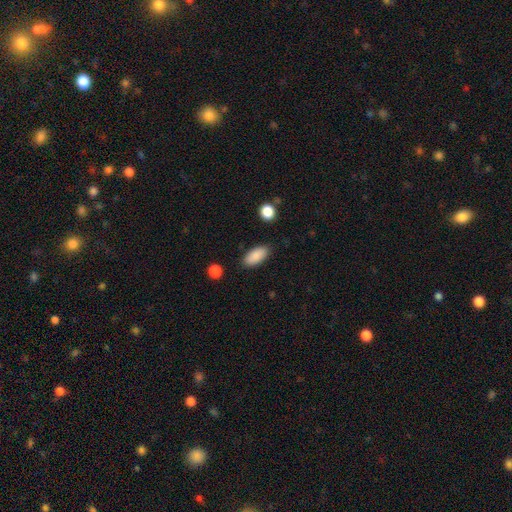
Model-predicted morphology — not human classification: The model was most divided on "merging": none: 87%, minor disturbance: 9%, major disturbance: 2%, merger: 2%. More confident: how rounded — in between (90%); smooth or featured — smooth (89%).